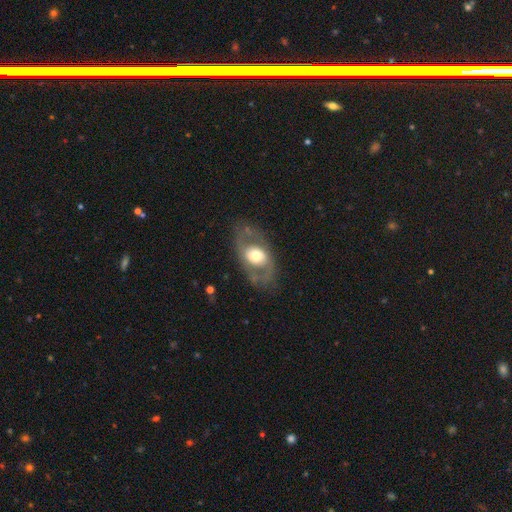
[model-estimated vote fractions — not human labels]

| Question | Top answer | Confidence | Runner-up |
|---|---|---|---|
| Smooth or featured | featured or disk | 66% | smooth (28%) |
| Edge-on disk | no | 93% | yes (7%) |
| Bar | no | 69% | weak (22%) |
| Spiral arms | yes | 53% | no (47%) |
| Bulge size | moderate | 54% | large (32%) |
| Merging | none | 72% | minor disturbance (15%) |